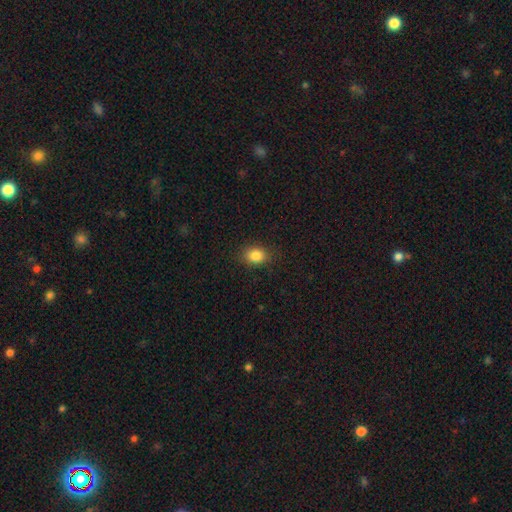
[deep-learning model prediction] Morphology: type=smooth (85%); roundness=in between (65%); merging=none (86%).